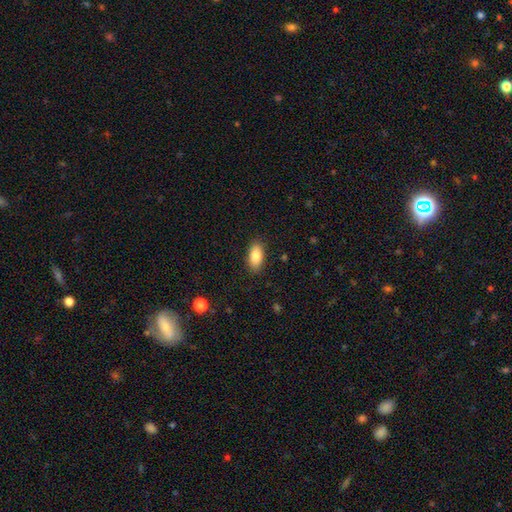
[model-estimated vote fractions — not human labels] Smooth or featured: smooth — 85% (featured or disk — 8%)
How rounded: in between — 91% (cigar-shaped — 6%)
Merging: none — 87% (minor disturbance — 9%)